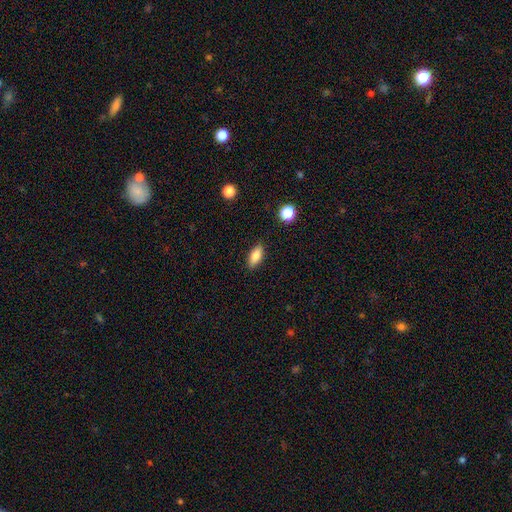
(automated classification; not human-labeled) Morphology: type=smooth (81%); roundness=in between (81%); merging=none (85%).